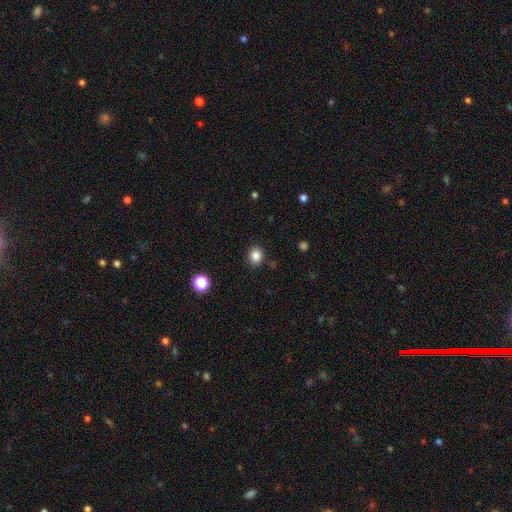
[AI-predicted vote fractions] This is clearly a smooth galaxy (83%). How rounded: likely round (72%). Merging: clearly none (88%).